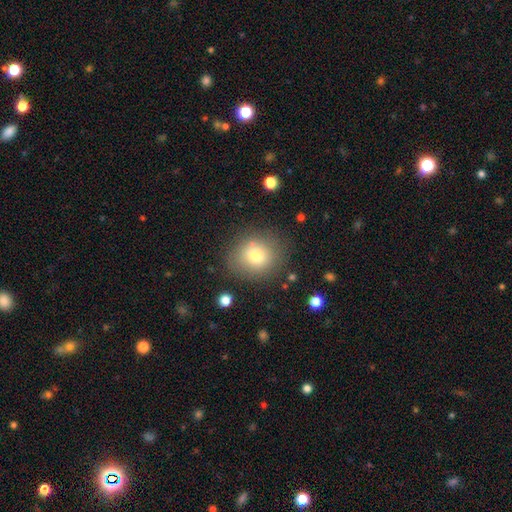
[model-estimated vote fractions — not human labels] smooth_or_featured: smooth (p=0.75) [alt: featured or disk p=0.13]
how_rounded: round (p=0.75) [alt: in between p=0.24]
merging: none (p=0.79) [alt: minor disturbance p=0.13]